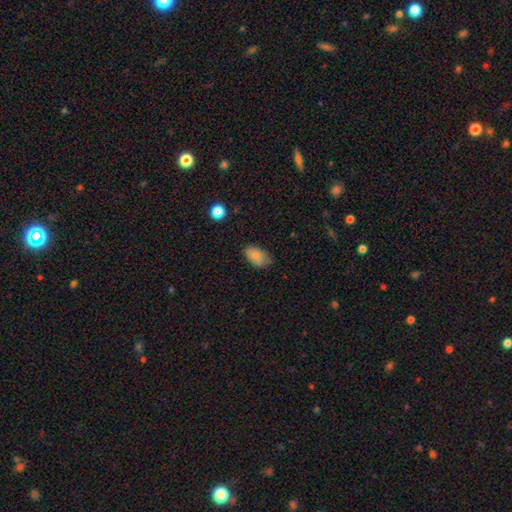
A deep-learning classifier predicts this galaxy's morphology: Smooth or featured?
  - smooth: 82% *
  - featured or disk: 10%
  - star or artifact: 8%
How rounded?
  - in between: 90% *
  - round: 8%
  - cigar-shaped: 2%
Merging?
  - none: 65% *
  - minor disturbance: 27%
  - major disturbance: 6%
  - merger: 2%